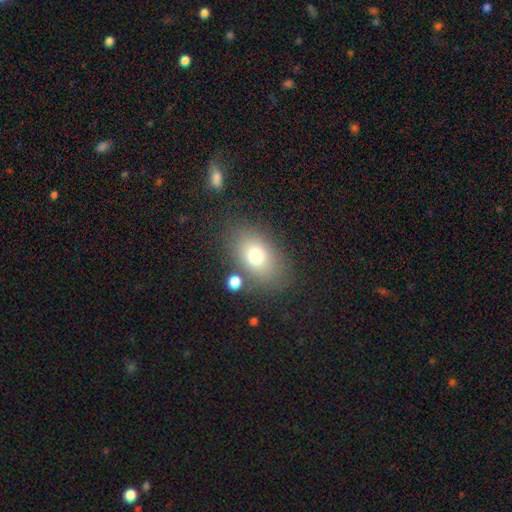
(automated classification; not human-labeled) A smooth galaxy with no disk features (74%) that is in between round and cigar-shaped (81%). Merging: none (76%).